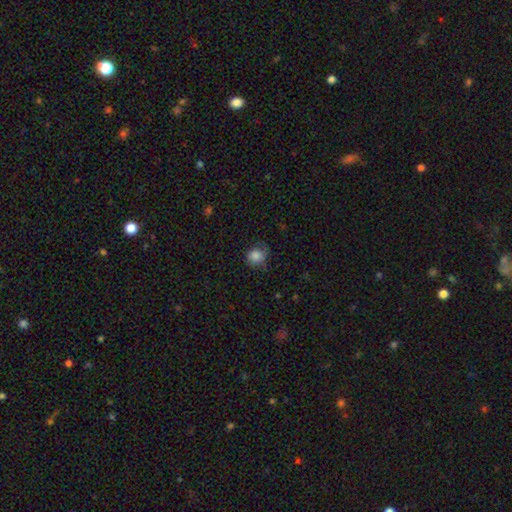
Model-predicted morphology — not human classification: Q: Smooth or featured?
A: smooth (83%); runner-up: star or artifact (9%)
Q: How rounded?
A: round (70%); runner-up: in between (29%)
Q: Merging?
A: none (63%); runner-up: minor disturbance (27%)